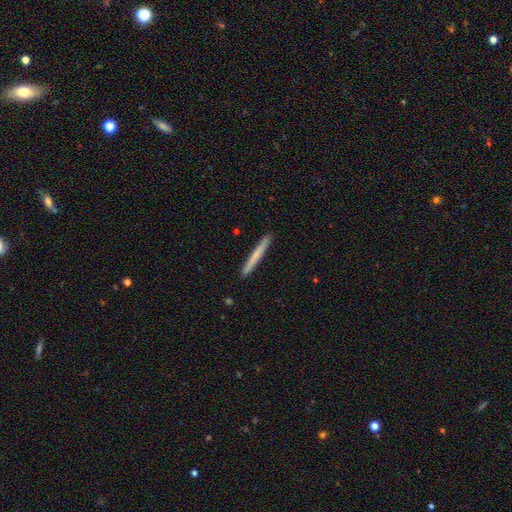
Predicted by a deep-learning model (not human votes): Q: Smooth or featured?
A: smooth (61%); runner-up: featured or disk (33%)
Q: How rounded?
A: cigar-shaped (97%); runner-up: in between (2%)
Q: Merging?
A: none (92%); runner-up: minor disturbance (6%)